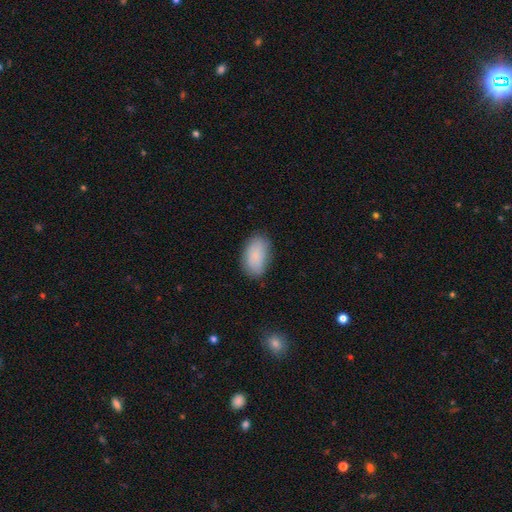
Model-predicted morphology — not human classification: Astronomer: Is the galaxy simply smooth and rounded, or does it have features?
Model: smooth — 87%.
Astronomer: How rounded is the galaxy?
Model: in between — 94%.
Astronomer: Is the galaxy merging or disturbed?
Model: none — 81%.